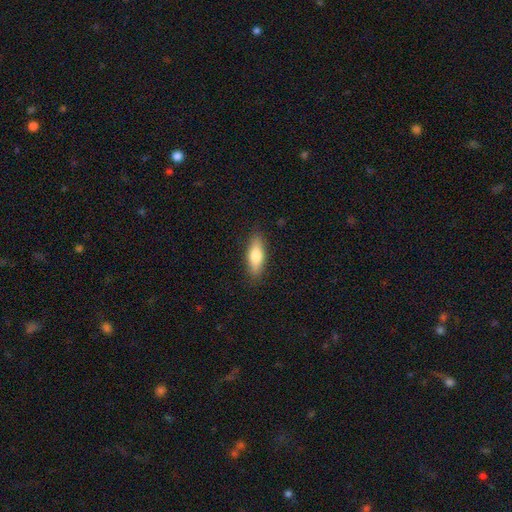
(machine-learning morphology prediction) Q: Smooth or featured?
A: smooth (74%); runner-up: featured or disk (20%)
Q: How rounded?
A: in between (60%); runner-up: cigar-shaped (37%)
Q: Merging?
A: none (86%); runner-up: minor disturbance (10%)